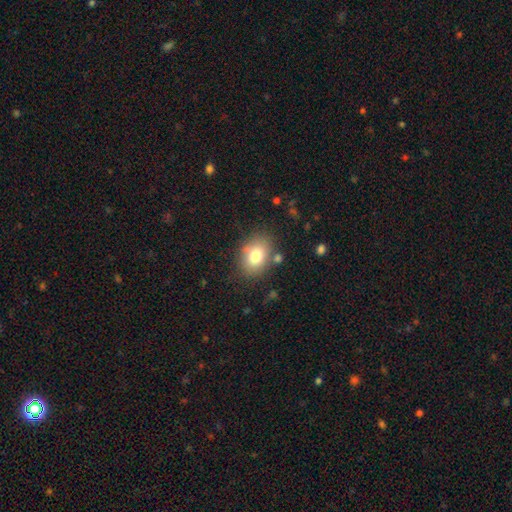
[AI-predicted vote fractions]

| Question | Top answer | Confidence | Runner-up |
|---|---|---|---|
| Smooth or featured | smooth | 77% | featured or disk (13%) |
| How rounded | in between | 69% | round (30%) |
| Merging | none | 75% | minor disturbance (15%) |